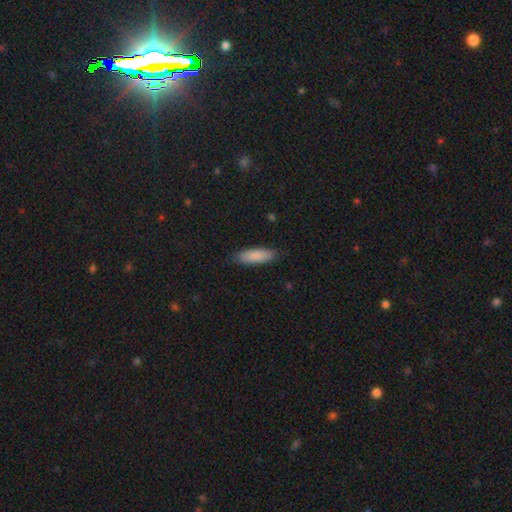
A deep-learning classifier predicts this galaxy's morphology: The model was most divided on "how rounded": in between: 52%, cigar-shaped: 46%, round: 2%. More confident: smooth or featured — smooth (87%); merging — none (85%).